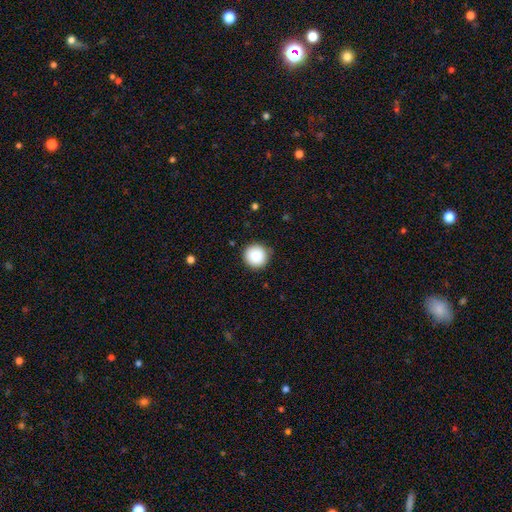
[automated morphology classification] A smooth galaxy with no disk features (85%) that is round (96%).

Vote fractions:
- Smooth or featured? smooth: 85% / star or artifact: 9% / featured or disk: 6%
- How rounded? round: 96% / in between: 3% / cigar-shaped: 1%
- Merging? none: 89% / minor disturbance: 8% / major disturbance: 2% / merger: 1%